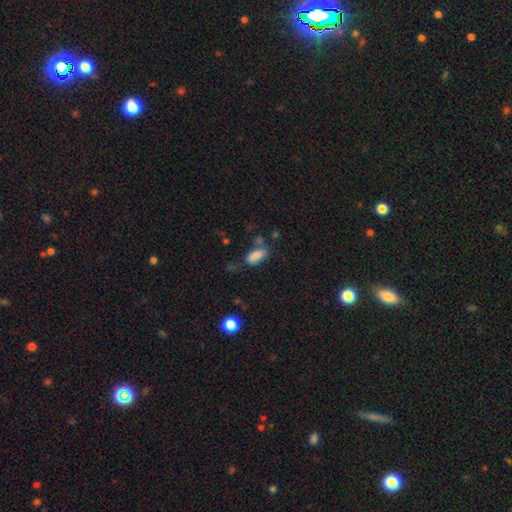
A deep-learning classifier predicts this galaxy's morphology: smooth-or-featured: smooth: 82% | star or artifact: 10% | featured or disk: 8%
  how-rounded: in between: 88% | cigar-shaped: 8% | round: 3%
  merging: none: 51% | minor disturbance: 26% | merger: 12% | major disturbance: 11%